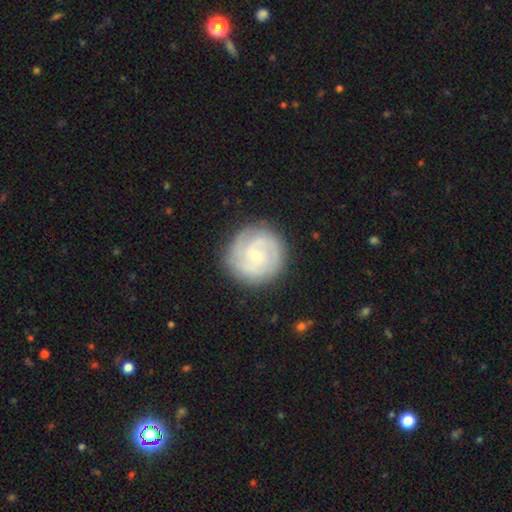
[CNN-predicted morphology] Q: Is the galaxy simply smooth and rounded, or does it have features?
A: featured or disk — 75%.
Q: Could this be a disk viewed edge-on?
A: no — 98%.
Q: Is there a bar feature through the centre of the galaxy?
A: no — 58%.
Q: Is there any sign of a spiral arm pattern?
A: yes — 94%.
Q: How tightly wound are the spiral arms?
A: tight — 64%.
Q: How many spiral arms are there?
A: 2 — 40%.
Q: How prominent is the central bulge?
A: small — 75%.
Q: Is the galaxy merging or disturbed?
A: none — 84%.